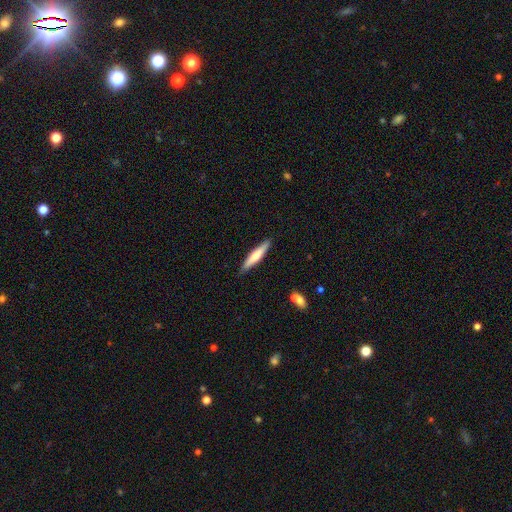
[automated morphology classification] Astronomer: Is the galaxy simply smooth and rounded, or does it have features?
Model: smooth — 59% (runner-up: featured or disk, 36%).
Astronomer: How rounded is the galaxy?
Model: cigar-shaped — 89%.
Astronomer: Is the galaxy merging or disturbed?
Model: none — 87%.